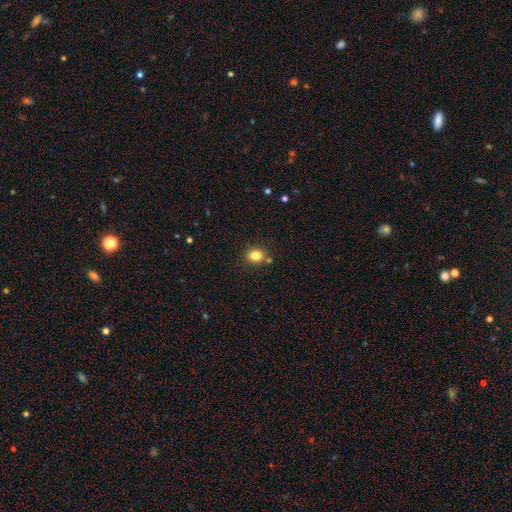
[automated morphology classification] Q: Smooth or featured?
A: smooth (82%); runner-up: star or artifact (11%)
Q: How rounded?
A: round (56%); runner-up: in between (43%)
Q: Merging?
A: none (80%); runner-up: minor disturbance (11%)